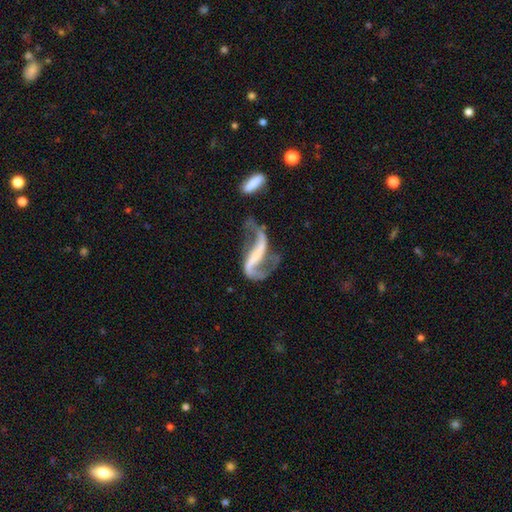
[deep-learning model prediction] This appears to be a featured or disk galaxy (87%) with a strong bar (54%), 2 (86%) loose (86%) spiral arms (91%) and no central bulge (60%). Merging: none (45%).